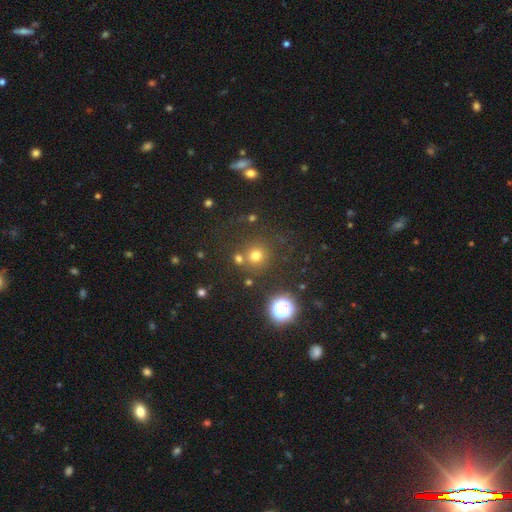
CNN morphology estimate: Q: Smooth or featured?
A: smooth (67%); runner-up: star or artifact (25%)
Q: How rounded?
A: round (91%); runner-up: in between (8%)
Q: Merging?
A: none (74%); runner-up: merger (13%)